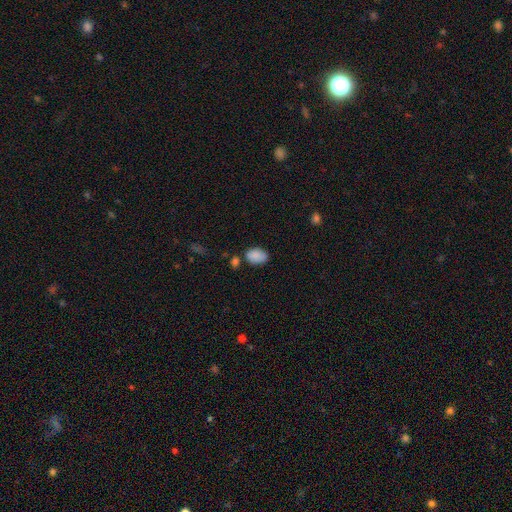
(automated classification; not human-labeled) smooth-or-featured: smooth: 88% | star or artifact: 8% | featured or disk: 5%
  how-rounded: in between: 86% | round: 13% | cigar-shaped: 1%
  merging: none: 67% | minor disturbance: 20% | merger: 9% | major disturbance: 5%